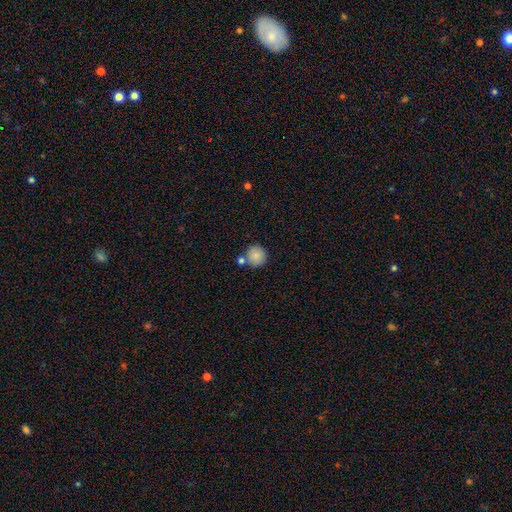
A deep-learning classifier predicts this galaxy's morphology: The model was most divided on "merging": none: 68%, merger: 19%, minor disturbance: 10%, major disturbance: 3%. More confident: how rounded — round (92%); smooth or featured — smooth (84%).